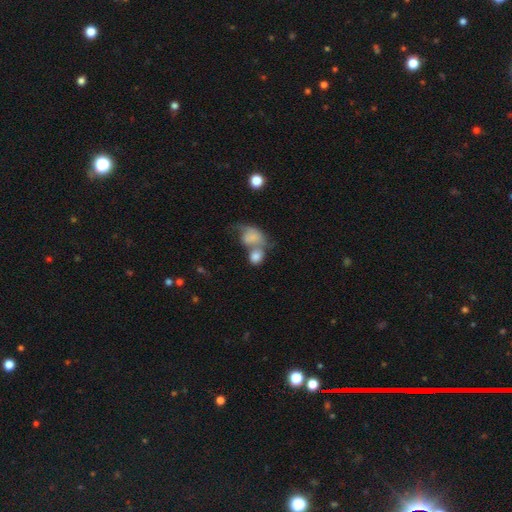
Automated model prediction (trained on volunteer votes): A smooth galaxy with no disk features (75%) that is in between round and cigar-shaped (53%). Merging: merger (61%).